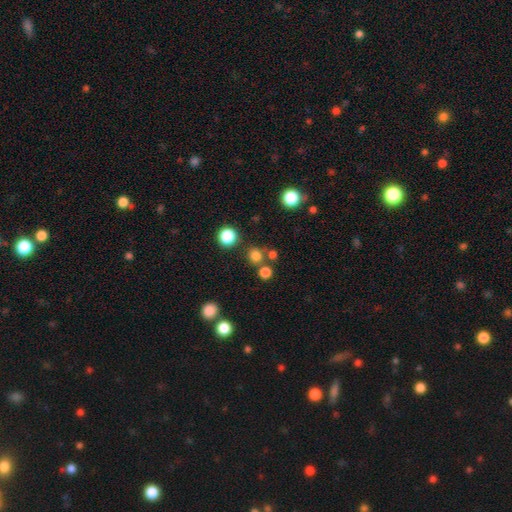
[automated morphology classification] smooth-or-featured: smooth: 76% | star or artifact: 18% | featured or disk: 6%
  how-rounded: round: 90% | in between: 9% | cigar-shaped: 1%
  merging: none: 73% | merger: 16% | minor disturbance: 8% | major disturbance: 3%